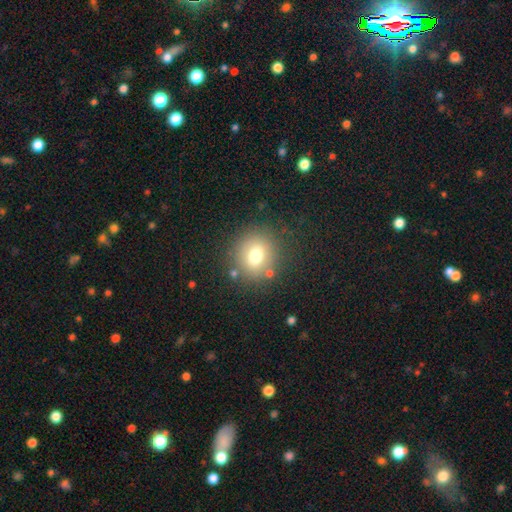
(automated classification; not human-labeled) A smooth galaxy with no disk features (70%) that is round (80%).

Vote fractions:
- Smooth or featured? smooth: 70% / featured or disk: 16% / star or artifact: 13%
- How rounded? round: 80% / in between: 19% / cigar-shaped: 1%
- Merging? none: 81% / minor disturbance: 10% / major disturbance: 5% / merger: 4%